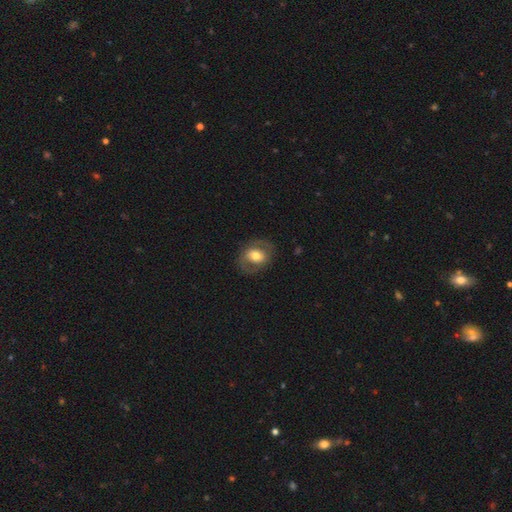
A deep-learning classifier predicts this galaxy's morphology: Smooth or featured? featured or disk (47%)
Merging? none (77%)